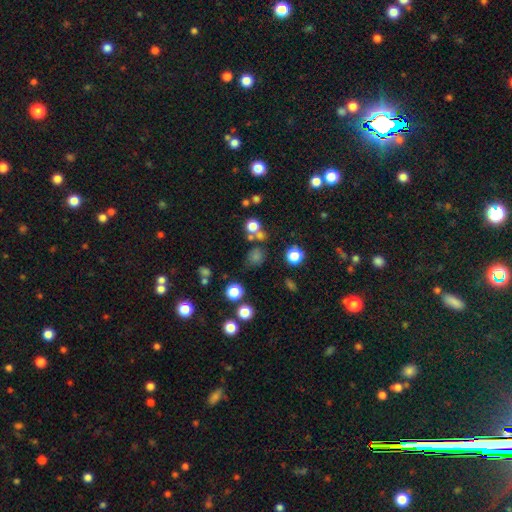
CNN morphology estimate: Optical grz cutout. It shows a smooth galaxy with no disk features (55%) that is round (80%). Merging: none (74%).